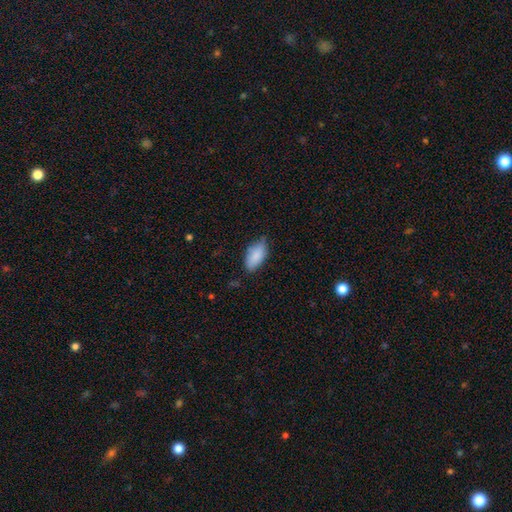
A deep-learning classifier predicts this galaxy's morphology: type=smooth (86%); roundness=in between (92%); merging=none (62%).